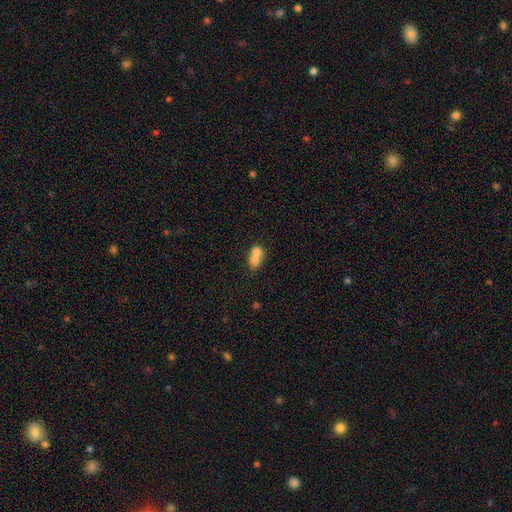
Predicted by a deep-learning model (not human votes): Smooth or featured?
  - smooth: 71% *
  - featured or disk: 19%
  - star or artifact: 10%
How rounded?
  - in between: 73% *
  - round: 22%
  - cigar-shaped: 5%
Merging?
  - merger: 61% *
  - none: 26%
  - minor disturbance: 9%
  - major disturbance: 4%